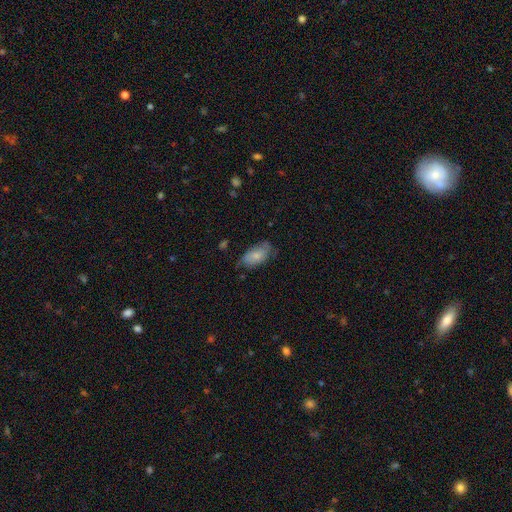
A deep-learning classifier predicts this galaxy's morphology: Smooth or featured? smooth (71%)
How rounded? in between (93%)
Merging? none (60%)